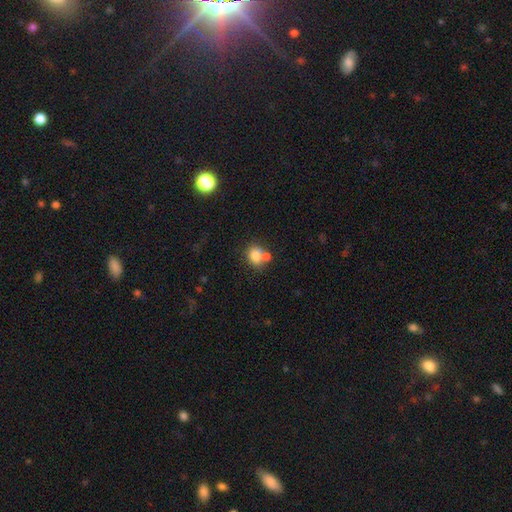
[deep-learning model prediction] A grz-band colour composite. It shows a smooth galaxy with no disk features (79%) that is round (55%). Merging: none (47%).